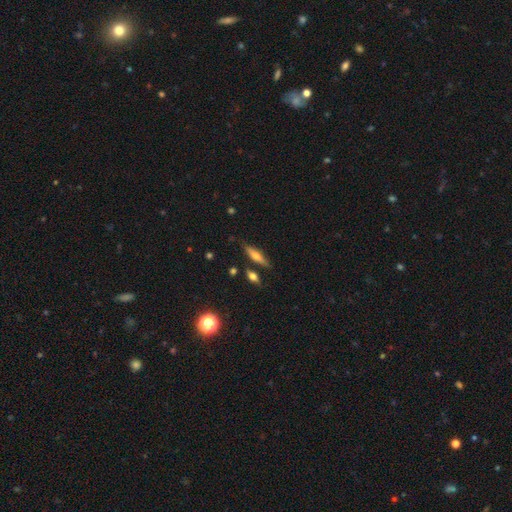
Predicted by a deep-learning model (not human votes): A smooth galaxy with no disk features (53%) that is cigar-shaped (70%). Merging: none (79%).